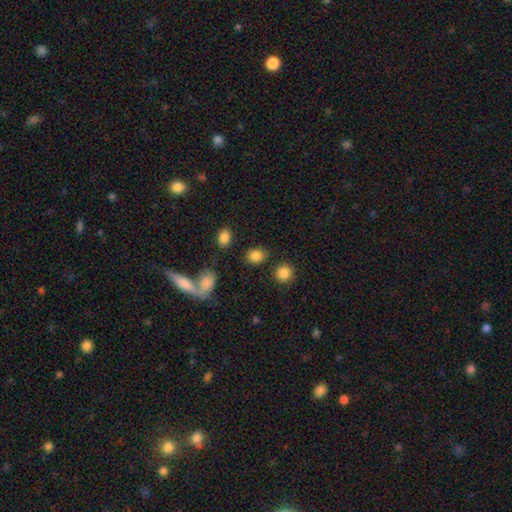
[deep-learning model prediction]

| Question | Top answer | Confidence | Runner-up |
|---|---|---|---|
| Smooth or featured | smooth | 84% | star or artifact (10%) |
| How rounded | round | 50% | in between (48%) |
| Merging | none | 81% | minor disturbance (9%) |